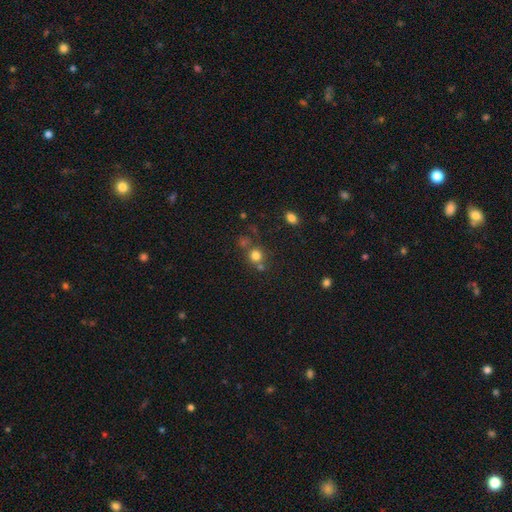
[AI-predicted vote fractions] Smooth or featured?
  - smooth: 76% *
  - star or artifact: 16%
  - featured or disk: 8%
How rounded?
  - round: 87% *
  - in between: 12%
  - cigar-shaped: 1%
Merging?
  - none: 61% *
  - merger: 24%
  - minor disturbance: 10%
  - major disturbance: 5%